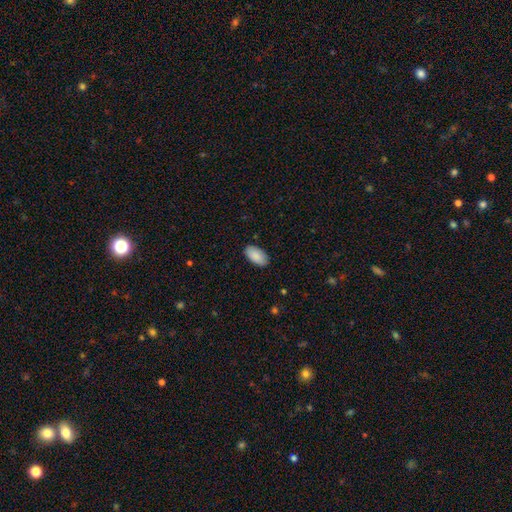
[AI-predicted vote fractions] The model was most divided on "merging": none: 88%, minor disturbance: 9%, major disturbance: 2%, merger: 1%. More confident: how rounded — in between (96%); smooth or featured — smooth (90%).